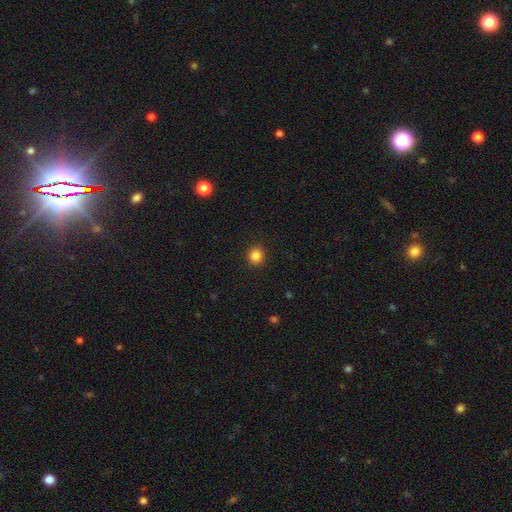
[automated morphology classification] This appears to be a smooth galaxy with no disk features (85%) that is round (91%). Merging: none (92%).